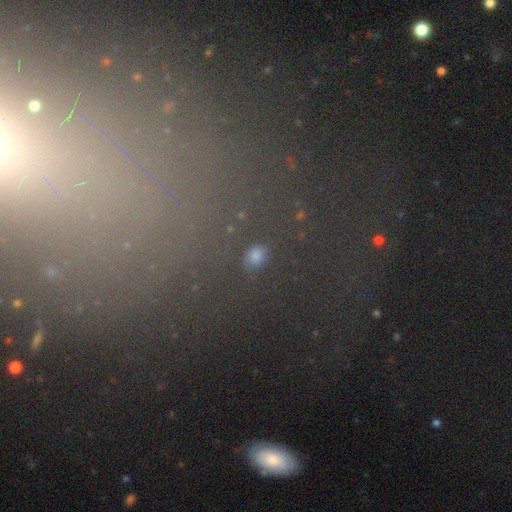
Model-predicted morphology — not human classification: smooth_or_featured: smooth (p=0.65) [alt: star or artifact p=0.27]
how_rounded: in between (p=0.54) [alt: round p=0.43]
merging: none (p=0.80) [alt: minor disturbance p=0.11]